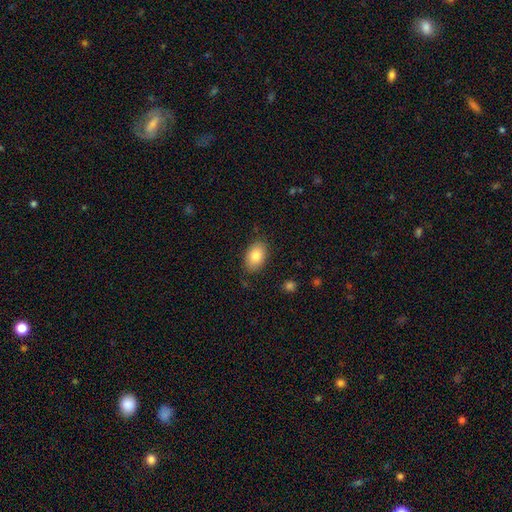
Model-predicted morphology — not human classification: smooth_or_featured: smooth (p=0.83) [alt: featured or disk p=0.10]
how_rounded: in between (p=0.90) [alt: round p=0.09]
merging: none (p=0.84) [alt: minor disturbance p=0.12]